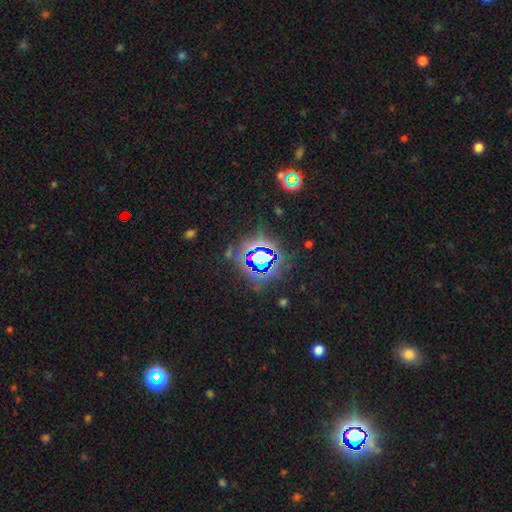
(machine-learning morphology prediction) Smooth or featured?
  - star or artifact: 75% *
  - smooth: 15%
  - featured or disk: 11%